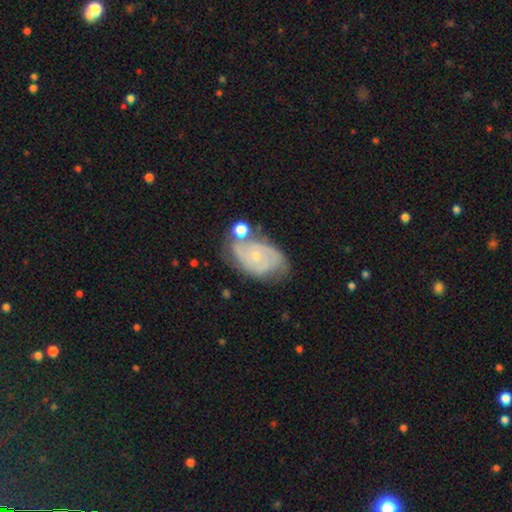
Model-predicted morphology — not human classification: Smooth or featured? featured or disk (74%)
Edge-on disk? no (96%)
Bar? no (75%)
Spiral arms? yes (89%)
Spiral winding? tight (52%)
Spiral arm count? 2 (46%)
Bulge size? small (76%)
Merging? none (54%)